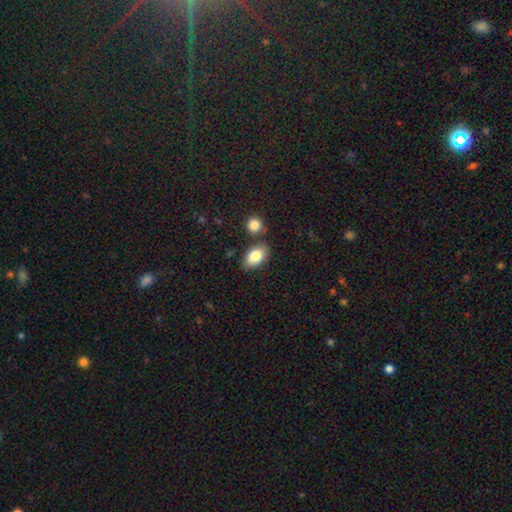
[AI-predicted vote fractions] Smooth or featured? smooth (82%)
How rounded? in between (90%)
Merging? none (74%)